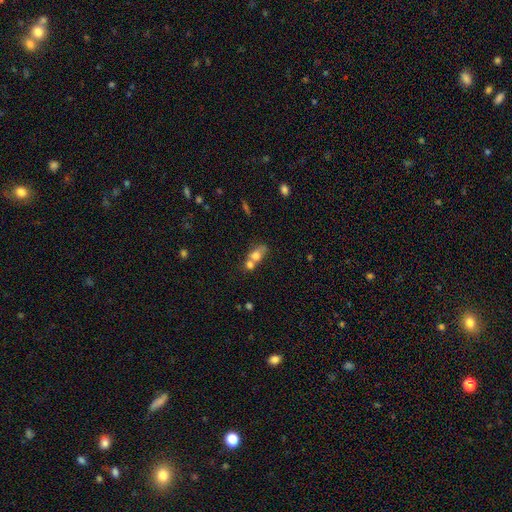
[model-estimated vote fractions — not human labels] smooth 68%, featured or disk 21%, star or artifact 11%. Down the decision tree: how rounded — in between (60%); merging — merger (60%).